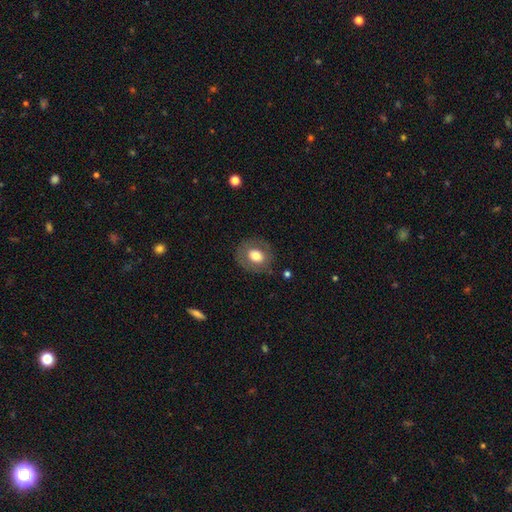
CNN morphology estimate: smooth-or-featured: smooth: 67% | featured or disk: 25% | star or artifact: 8%
  how-rounded: round: 62% | in between: 37% | cigar-shaped: 1%
  merging: none: 81% | minor disturbance: 12% | major disturbance: 5% | merger: 2%